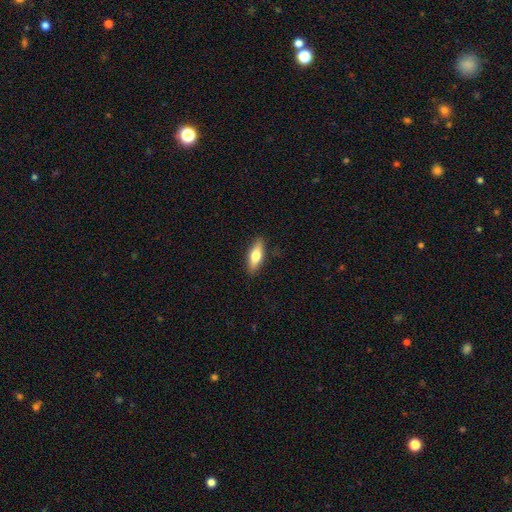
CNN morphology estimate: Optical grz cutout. It shows a smooth galaxy with no disk features (68%) that is in between round and cigar-shaped (57%). Merging: none (88%).